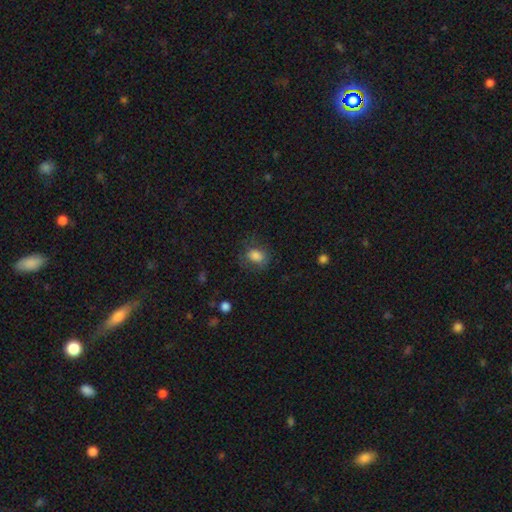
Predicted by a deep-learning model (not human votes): A smooth galaxy with no disk features (81%) that is in between round and cigar-shaped (61%).

Vote fractions:
- Smooth or featured? smooth: 81% / star or artifact: 10% / featured or disk: 9%
- How rounded? in between: 61% / round: 37% / cigar-shaped: 1%
- Merging? none: 67% / minor disturbance: 20% / major disturbance: 12% / merger: 1%